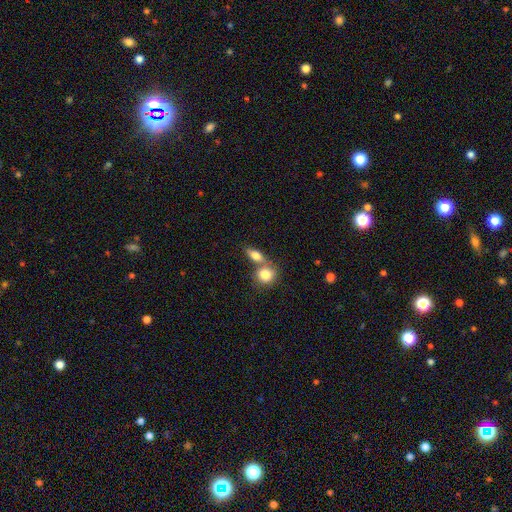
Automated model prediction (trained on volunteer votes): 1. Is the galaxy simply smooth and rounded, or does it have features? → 76% smooth, 15% featured or disk, 8% star or artifact.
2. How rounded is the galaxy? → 65% in between, 24% round, 11% cigar-shaped.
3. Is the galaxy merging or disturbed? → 45% merger, 41% none, 10% minor disturbance, 4% major disturbance.